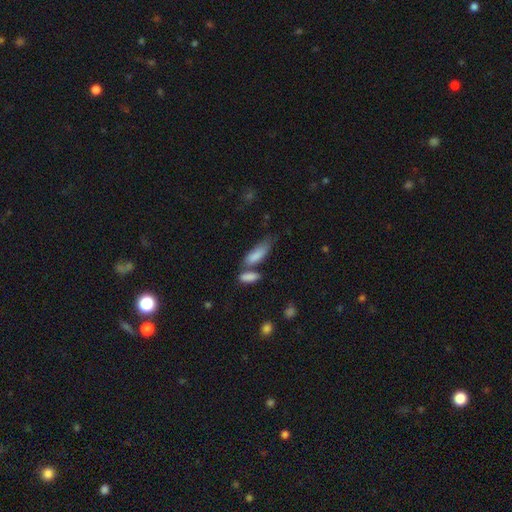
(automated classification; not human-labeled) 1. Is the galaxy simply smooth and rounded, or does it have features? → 84% smooth, 9% featured or disk, 7% star or artifact.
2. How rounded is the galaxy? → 66% in between, 31% cigar-shaped, 3% round.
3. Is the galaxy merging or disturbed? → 39% none, 37% merger, 17% minor disturbance, 7% major disturbance.